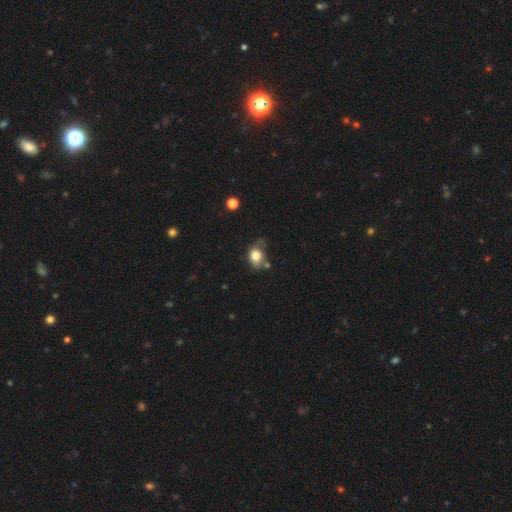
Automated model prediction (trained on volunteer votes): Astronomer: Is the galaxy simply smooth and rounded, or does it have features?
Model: smooth — 77%.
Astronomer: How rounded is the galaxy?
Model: in between — 56% (runner-up: round, 43%).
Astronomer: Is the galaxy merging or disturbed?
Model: none — 40% (runner-up: minor disturbance, 32%).